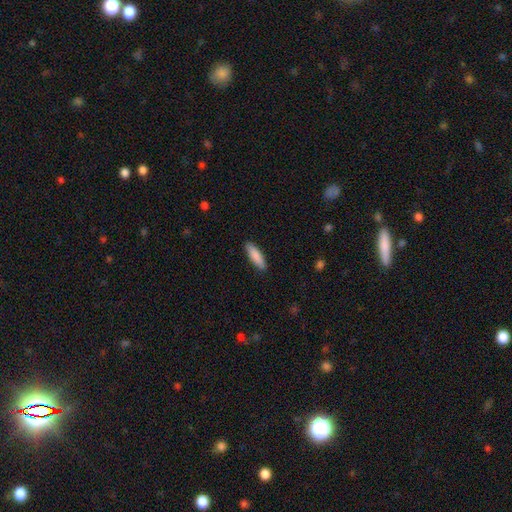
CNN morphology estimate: The model was most divided on "how rounded": cigar-shaped: 62%, in between: 36%, round: 1%. More confident: merging — none (89%); smooth or featured — smooth (87%).